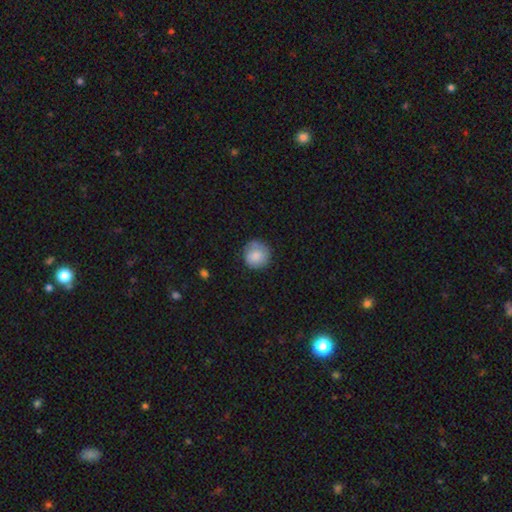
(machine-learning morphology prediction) Smooth or featured: smooth — 81% (featured or disk — 11%)
How rounded: round — 92% (in between — 7%)
Merging: none — 77% (minor disturbance — 17%)